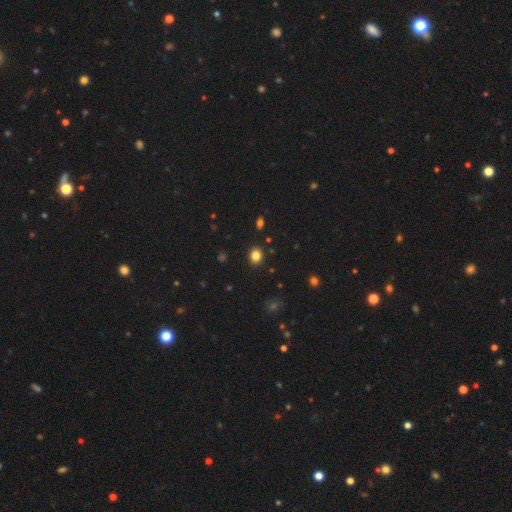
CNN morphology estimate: Smooth or featured?
  - smooth: 83% *
  - star or artifact: 12%
  - featured or disk: 5%
How rounded?
  - round: 68% *
  - in between: 31%
  - cigar-shaped: 1%
Merging?
  - none: 90% *
  - minor disturbance: 7%
  - major disturbance: 2%
  - merger: 2%